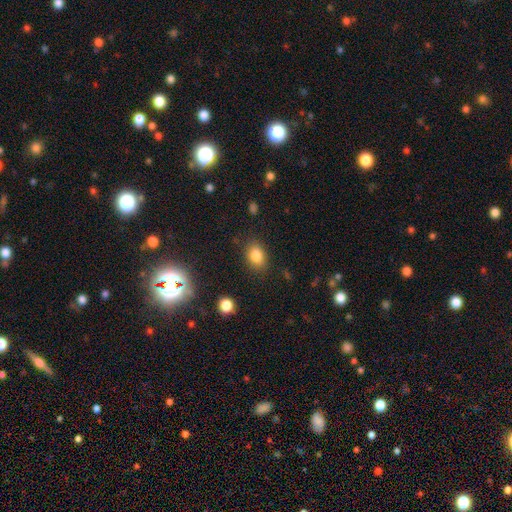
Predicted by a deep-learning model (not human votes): The model was most divided on "how rounded": in between: 73%, round: 26%, cigar-shaped: 1%. More confident: merging — none (84%); smooth or featured — smooth (82%).